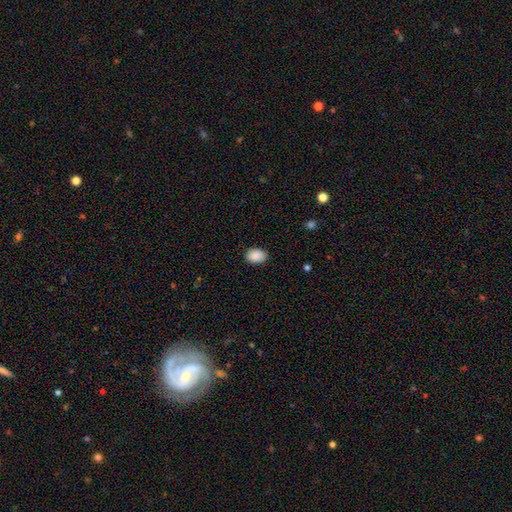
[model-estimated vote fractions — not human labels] smooth-or-featured: smooth: 90% | star or artifact: 7% | featured or disk: 3%
  how-rounded: in between: 80% | round: 19% | cigar-shaped: 1%
  merging: none: 86% | minor disturbance: 11% | major disturbance: 2% | merger: 1%